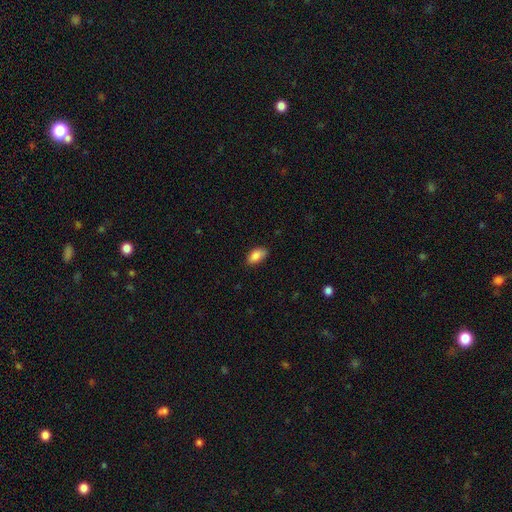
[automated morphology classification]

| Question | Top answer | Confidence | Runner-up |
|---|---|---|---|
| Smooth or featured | smooth | 87% | star or artifact (7%) |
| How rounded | in between | 92% | round (4%) |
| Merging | none | 80% | minor disturbance (17%) |